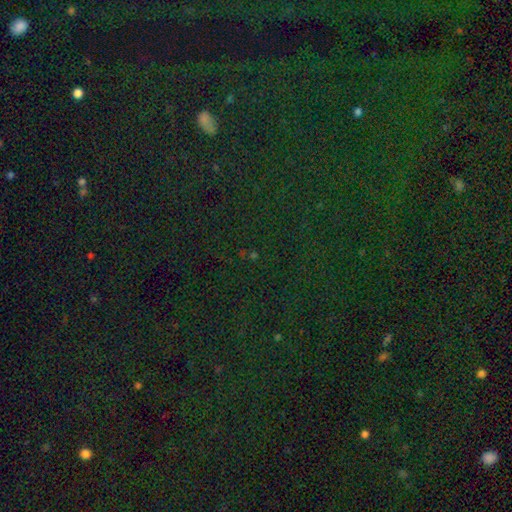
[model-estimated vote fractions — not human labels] Smooth or featured?
  - star or artifact: 81% *
  - smooth: 12%
  - featured or disk: 7%